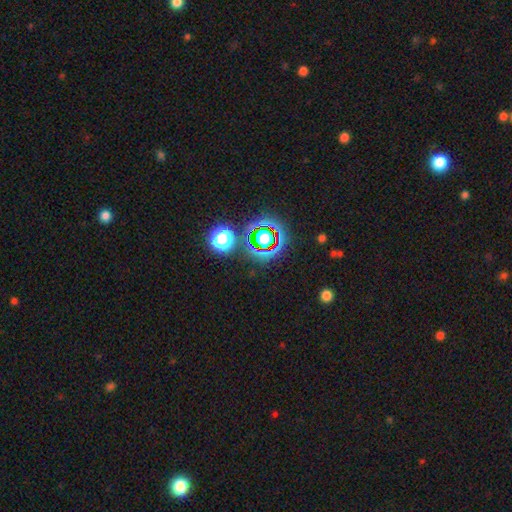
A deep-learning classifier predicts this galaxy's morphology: Q: Smooth or featured?
A: star or artifact (70%); runner-up: smooth (18%)